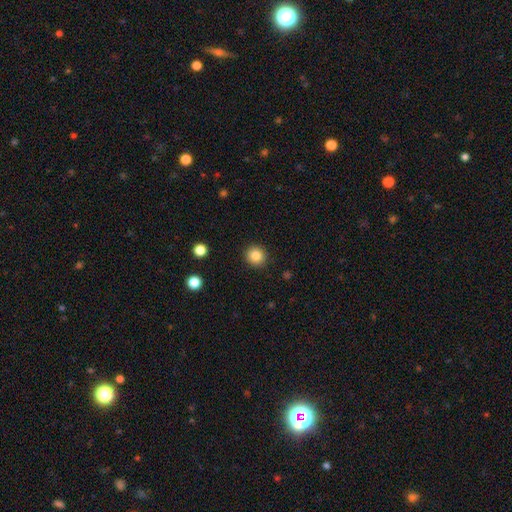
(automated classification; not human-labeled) Smooth or featured: smooth — 85% (star or artifact — 11%)
How rounded: round — 92% (in between — 7%)
Merging: none — 91% (minor disturbance — 6%)